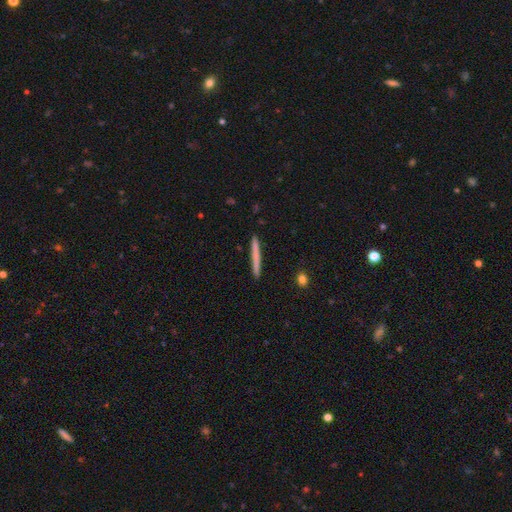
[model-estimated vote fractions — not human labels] Smooth or featured? Predicted: smooth (p=0.68). How rounded? Predicted: cigar-shaped (p=0.97). Merging? Predicted: none (p=0.91).